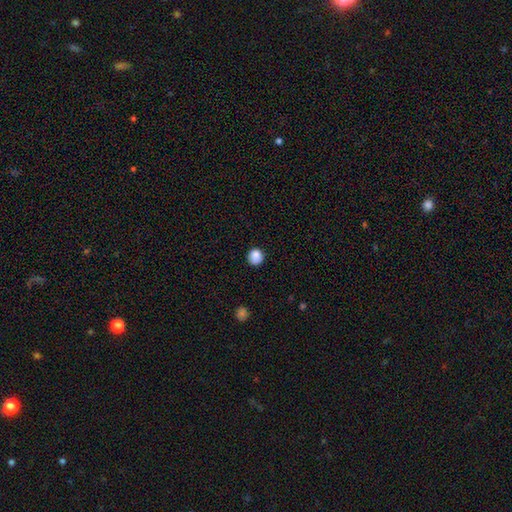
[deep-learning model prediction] Overall: smooth (87%). How rounded: round (92%). Merging: none (88%).